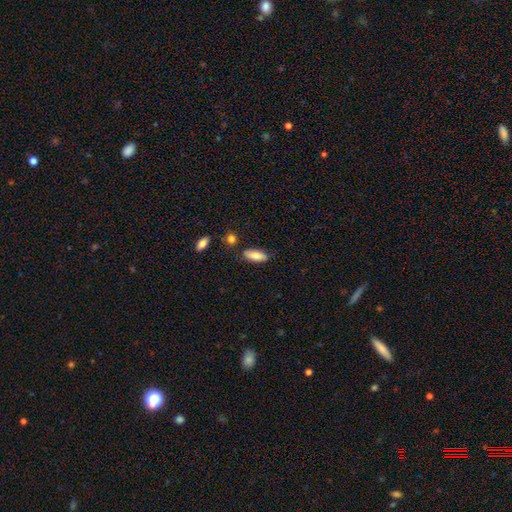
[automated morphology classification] Q: Smooth or featured?
A: smooth (82%); runner-up: featured or disk (11%)
Q: How rounded?
A: in between (77%); runner-up: cigar-shaped (21%)
Q: Merging?
A: none (82%); runner-up: minor disturbance (12%)